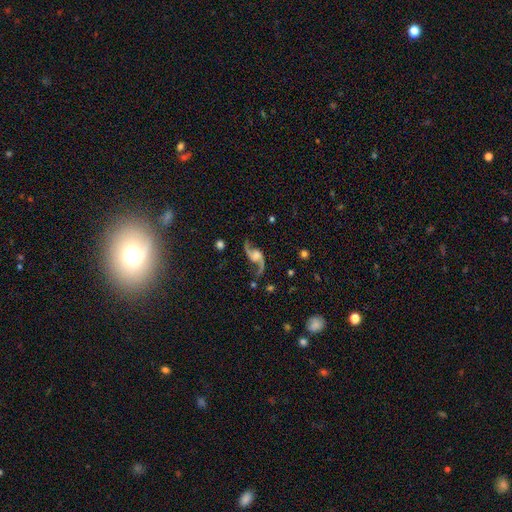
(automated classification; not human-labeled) featured or disk 89%, star or artifact 6%, smooth 5%. Down the decision tree: edge-on disk — no (96%); bar — no (57%); spiral arms — yes (97%); spiral arm count — 2 (94%); spiral winding — loose (85%); bulge size — moderate (31%); merging — none (72%).